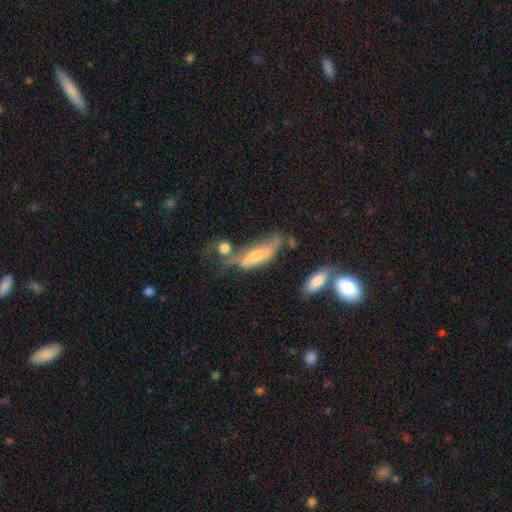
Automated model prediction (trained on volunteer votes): smooth-or-featured: smooth: 56% | featured or disk: 36% | star or artifact: 8%
  how-rounded: in between: 55% | cigar-shaped: 42% | round: 3%
  merging: merger: 33% | major disturbance: 26% | none: 21% | minor disturbance: 20%